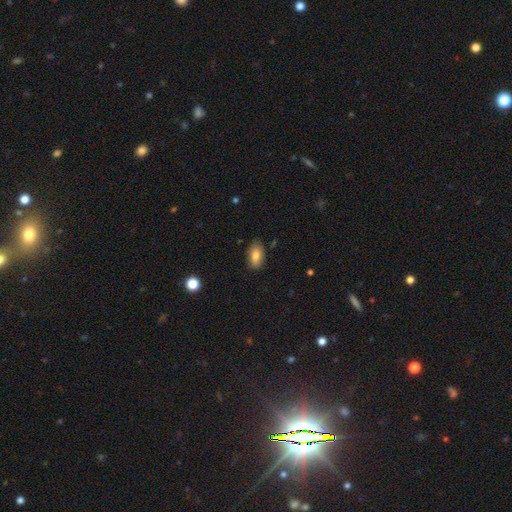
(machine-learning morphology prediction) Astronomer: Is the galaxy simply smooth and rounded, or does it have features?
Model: smooth — 80%.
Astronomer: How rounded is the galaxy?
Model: in between — 91%.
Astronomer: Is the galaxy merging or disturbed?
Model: none — 82%.